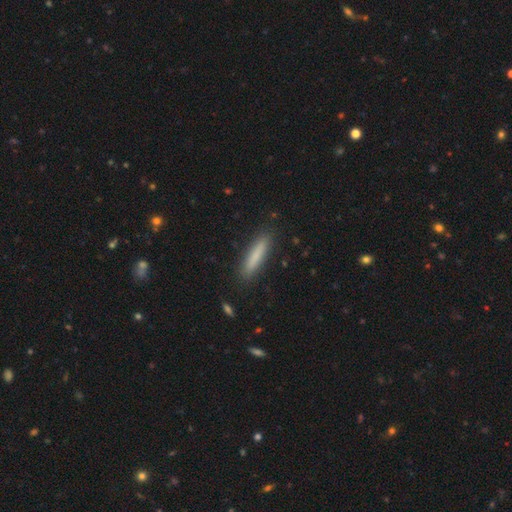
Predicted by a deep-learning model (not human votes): This appears to be a smooth galaxy with no disk features (80%) that is cigar-shaped (88%). Merging: none (89%).